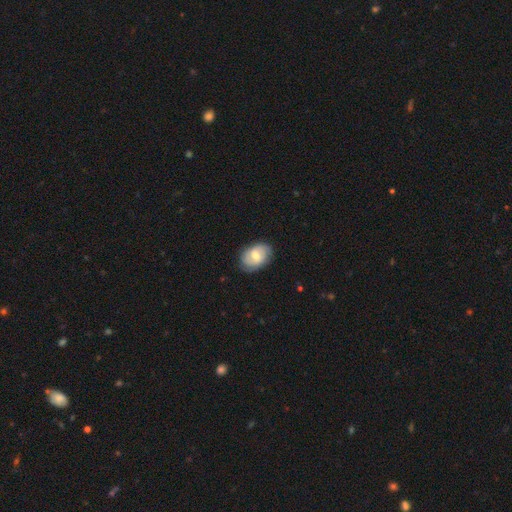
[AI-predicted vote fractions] A featured or disk galaxy (48%). Merging: none (79%).